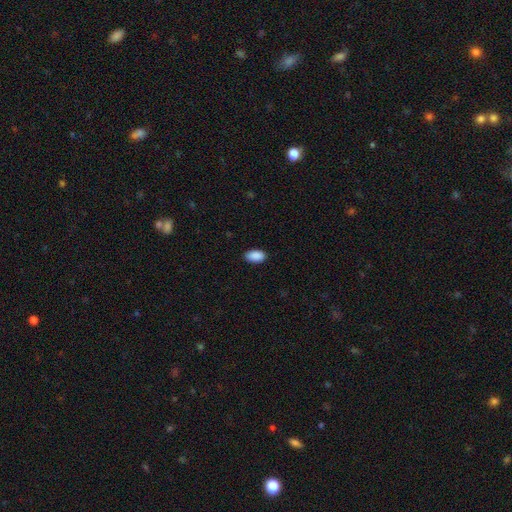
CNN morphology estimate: Smooth or featured? smooth (91%)
How rounded? in between (94%)
Merging? none (88%)